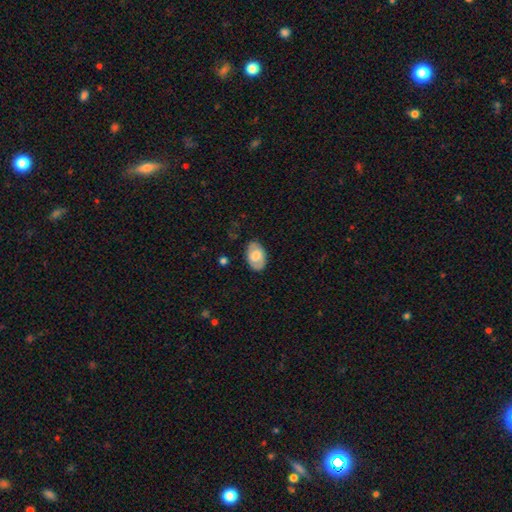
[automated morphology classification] A smooth galaxy with no disk features (59%) that is in between round and cigar-shaped (90%). Merging: none (82%).